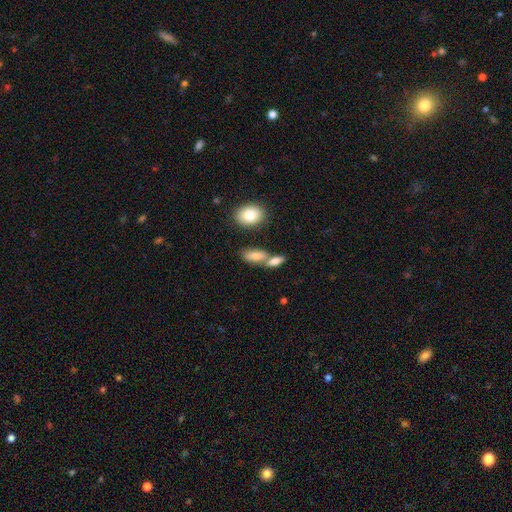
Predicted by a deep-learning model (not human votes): smooth-or-featured: smooth: 73% | featured or disk: 19% | star or artifact: 8%
  how-rounded: in between: 77% | cigar-shaped: 18% | round: 5%
  merging: none: 49% | merger: 34% | minor disturbance: 12% | major disturbance: 5%